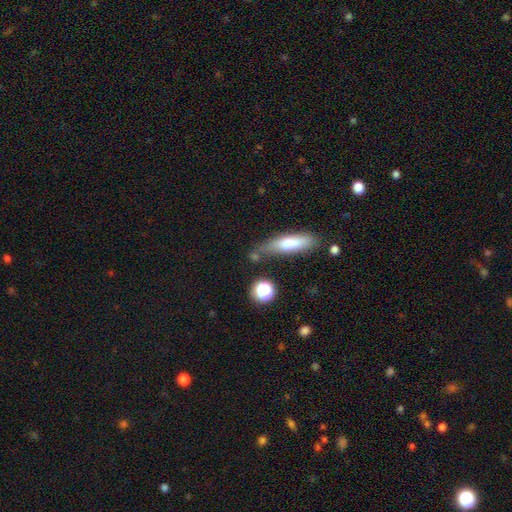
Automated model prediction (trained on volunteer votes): This is likely a smooth galaxy (64%). How rounded: likely cigar-shaped (61%). Merging: likely none (66%).